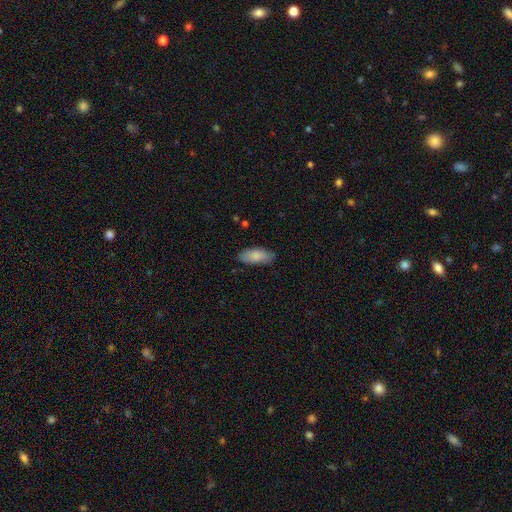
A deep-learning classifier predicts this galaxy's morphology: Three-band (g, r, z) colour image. It shows a smooth galaxy with no disk features (83%) that is in between round and cigar-shaped (85%). Merging: none (80%).